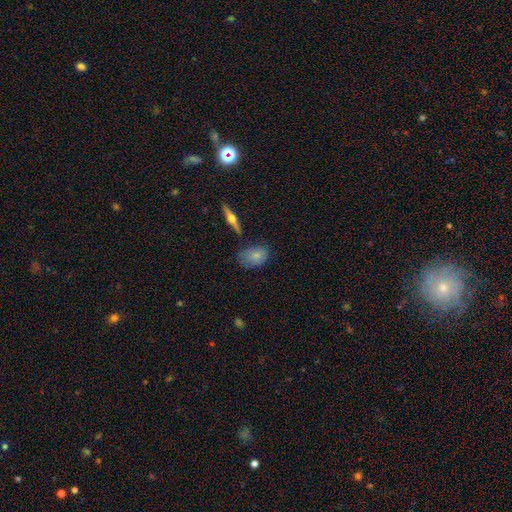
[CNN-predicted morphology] Smooth or featured: smooth — 75% (featured or disk — 18%)
How rounded: in between — 80% (round — 17%)
Merging: none — 67% (minor disturbance — 24%)